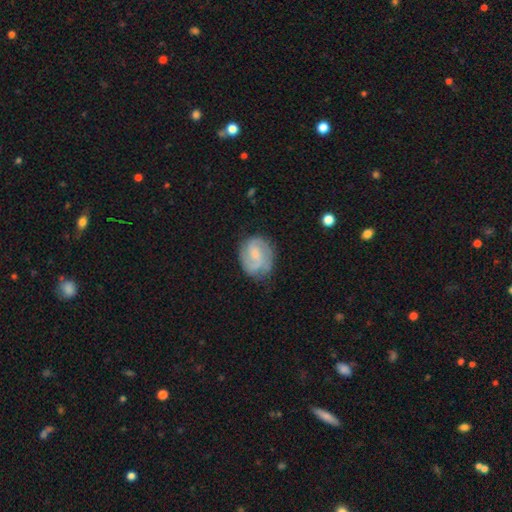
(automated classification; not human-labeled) This is likely a featured or disk galaxy (78%). It is clearly not viewed edge-on (98%). Bar: possibly weak (50%). Spiral arm pattern: clearly yes (96%). Spiral arm count: likely 2 (75%). Spiral winding: possibly medium (47%). Central bulge: possibly small (48%). Merging: likely none (73%).